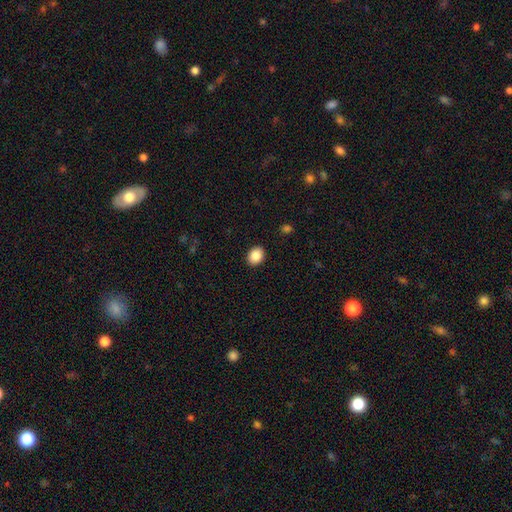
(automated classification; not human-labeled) Smooth or featured? smooth (88%)
How rounded? in between (55%)
Merging? none (91%)